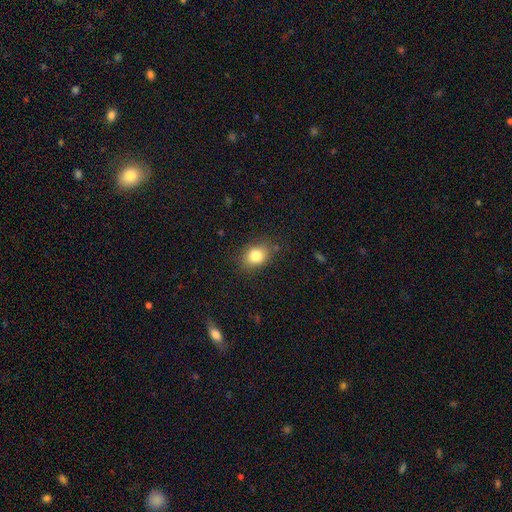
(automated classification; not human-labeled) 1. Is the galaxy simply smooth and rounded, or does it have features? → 82% smooth, 10% star or artifact, 8% featured or disk.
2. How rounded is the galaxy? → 59% in between, 40% round, 1% cigar-shaped.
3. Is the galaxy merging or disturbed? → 80% none, 14% minor disturbance, 4% major disturbance, 2% merger.